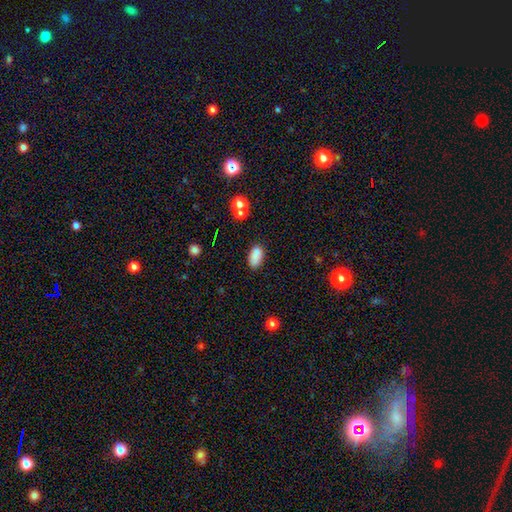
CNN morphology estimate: smooth 86%, star or artifact 9%, featured or disk 5%. Down the decision tree: how rounded — in between (93%); merging — none (81%).